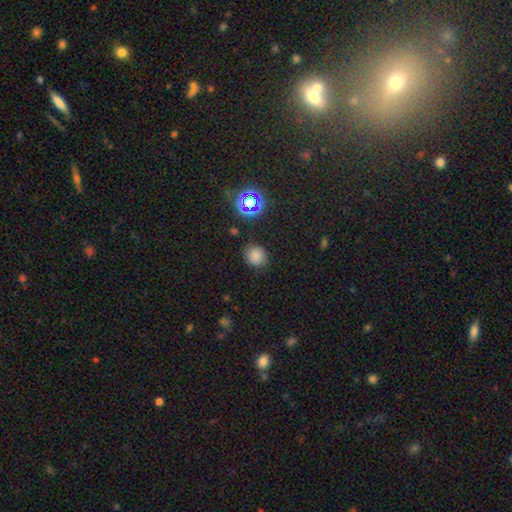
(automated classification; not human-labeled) A smooth galaxy with no disk features (74%) that is round (79%).

Vote fractions:
- Smooth or featured? smooth: 74% / star or artifact: 19% / featured or disk: 7%
- How rounded? round: 79% / in between: 20% / cigar-shaped: 1%
- Merging? none: 82% / minor disturbance: 12% / major disturbance: 4% / merger: 2%